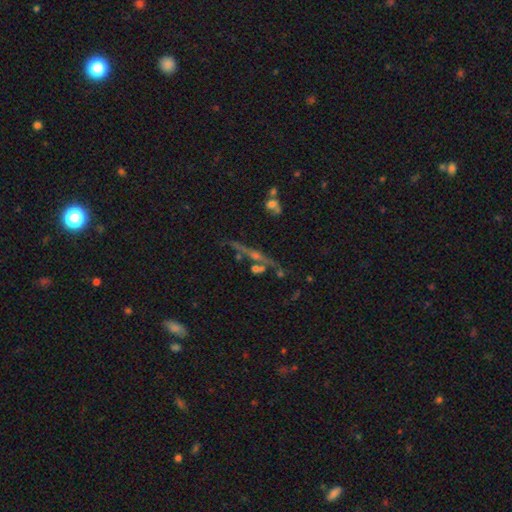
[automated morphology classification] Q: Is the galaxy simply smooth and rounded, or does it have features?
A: featured or disk — 61%.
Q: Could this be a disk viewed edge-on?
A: yes — 87%.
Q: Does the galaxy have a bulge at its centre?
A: rounded — 66%.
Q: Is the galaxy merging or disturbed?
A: none — 68%.